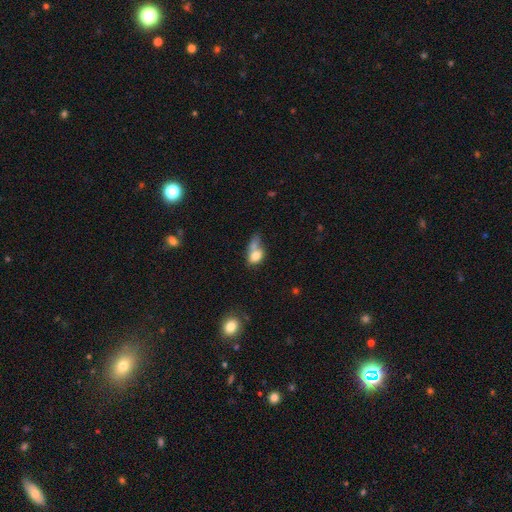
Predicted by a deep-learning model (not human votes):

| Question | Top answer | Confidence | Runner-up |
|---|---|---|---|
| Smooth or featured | smooth | 74% | featured or disk (16%) |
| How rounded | in between | 68% | round (29%) |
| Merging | merger | 45% | none (22%) |